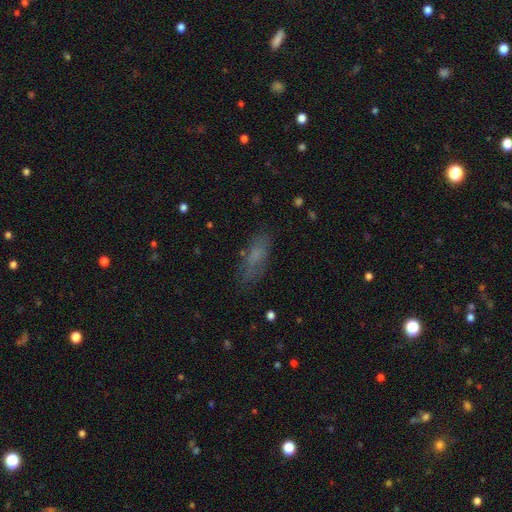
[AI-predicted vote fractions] smooth_or_featured: smooth (p=0.67) [alt: featured or disk p=0.20]
how_rounded: in between (p=0.59) [alt: cigar-shaped p=0.38]
merging: none (p=0.73) [alt: minor disturbance p=0.17]